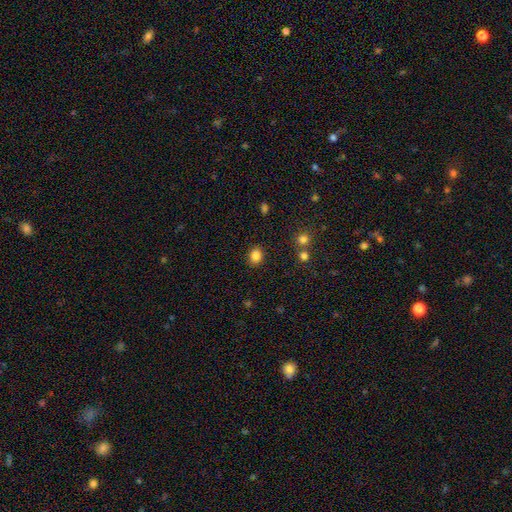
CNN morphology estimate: type=smooth (85%); roundness=round (58%); merging=none (88%).